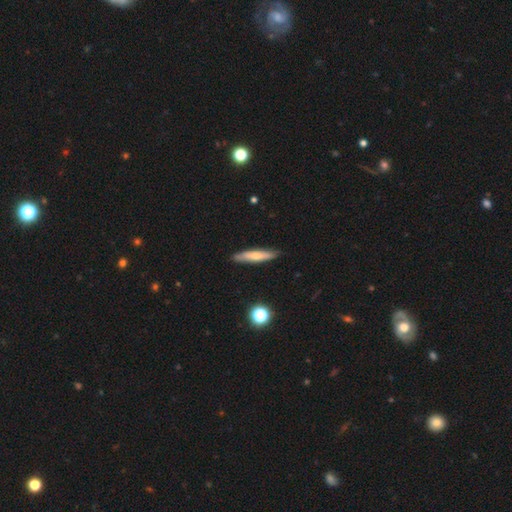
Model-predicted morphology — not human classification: Q: Smooth or featured?
A: smooth (61%); runner-up: featured or disk (32%)
Q: How rounded?
A: cigar-shaped (88%); runner-up: in between (11%)
Q: Merging?
A: none (87%); runner-up: minor disturbance (10%)